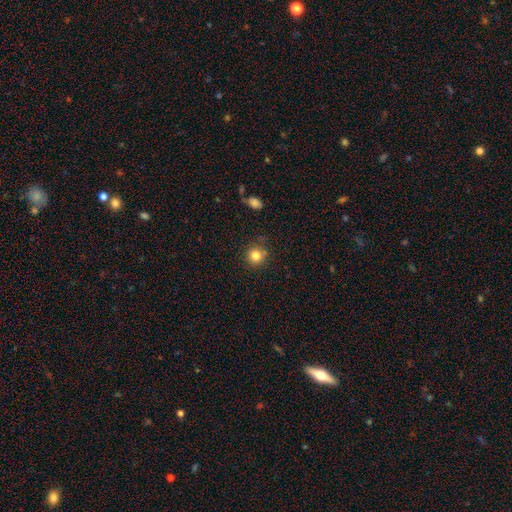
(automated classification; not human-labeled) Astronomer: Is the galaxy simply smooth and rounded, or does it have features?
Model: smooth — 82%.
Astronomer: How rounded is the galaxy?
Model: round — 92%.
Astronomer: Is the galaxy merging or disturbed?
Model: none — 83%.